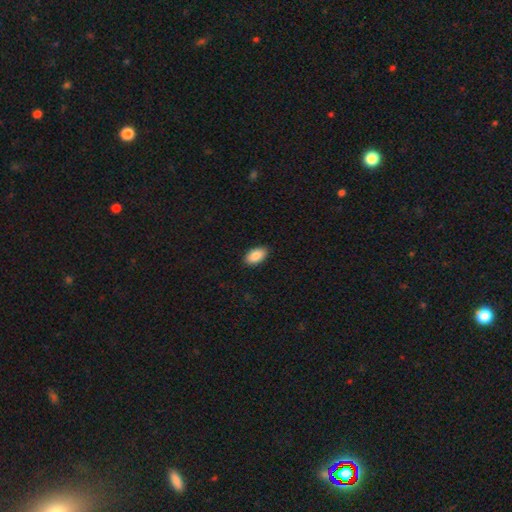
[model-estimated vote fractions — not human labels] Q: Smooth or featured?
A: smooth (87%); runner-up: star or artifact (7%)
Q: How rounded?
A: in between (95%); runner-up: round (4%)
Q: Merging?
A: none (88%); runner-up: minor disturbance (9%)